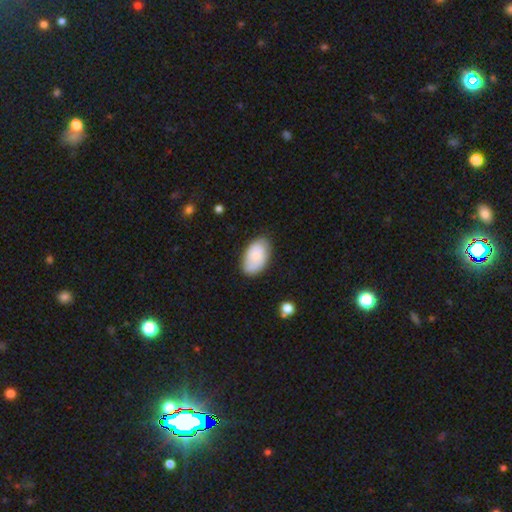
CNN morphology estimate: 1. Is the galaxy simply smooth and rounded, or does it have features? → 78% smooth, 16% featured or disk, 6% star or artifact.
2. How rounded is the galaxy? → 94% in between, 5% round, 1% cigar-shaped.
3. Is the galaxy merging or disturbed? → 75% none, 19% minor disturbance, 4% major disturbance, 2% merger.